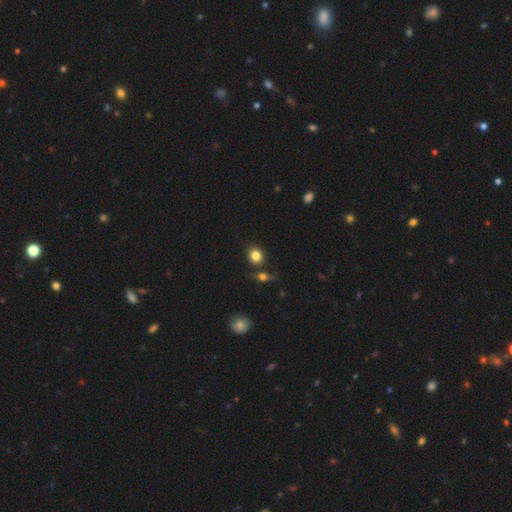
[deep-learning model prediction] This is clearly a smooth galaxy (82%). How rounded: likely round (77%). Merging: likely none (76%).